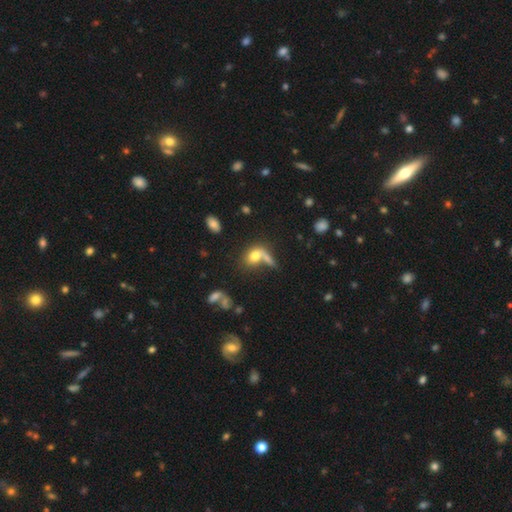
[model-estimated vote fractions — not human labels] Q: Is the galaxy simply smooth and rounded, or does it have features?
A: smooth — 71%.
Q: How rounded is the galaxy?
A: in between — 60%.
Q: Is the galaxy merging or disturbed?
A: merger — 39%.